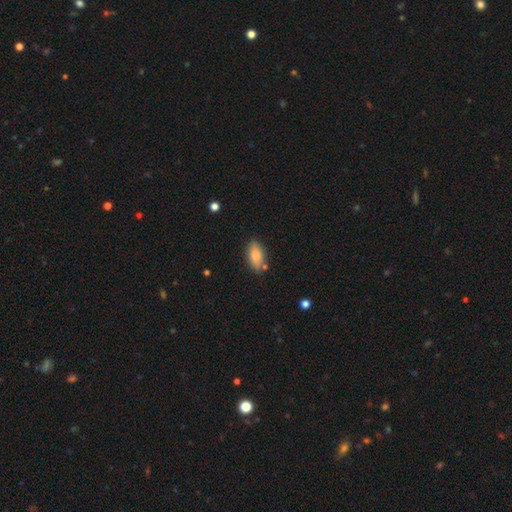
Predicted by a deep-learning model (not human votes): smooth-or-featured: smooth: 81% | featured or disk: 12% | star or artifact: 7%
  how-rounded: in between: 86% | cigar-shaped: 11% | round: 3%
  merging: none: 78% | minor disturbance: 14% | merger: 5% | major disturbance: 3%